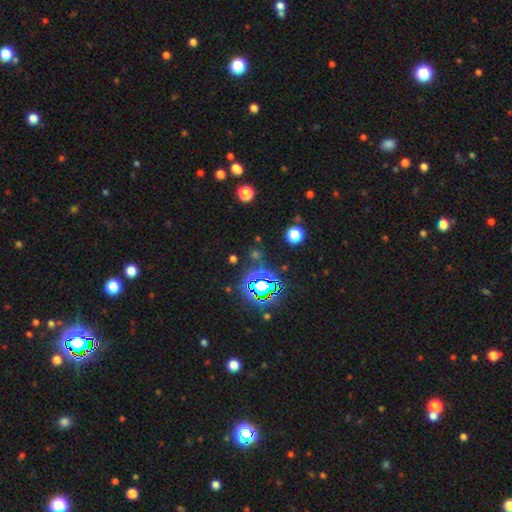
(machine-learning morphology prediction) The model was most divided on "smooth or featured": star or artifact: 67%, smooth: 25%, featured or disk: 9%.